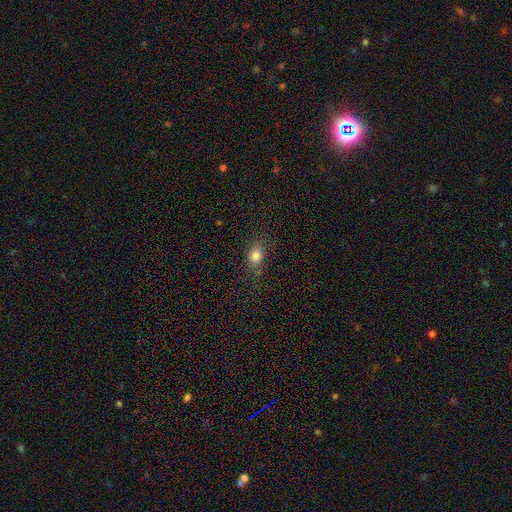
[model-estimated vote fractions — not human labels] smooth-or-featured: smooth: 80% | star or artifact: 12% | featured or disk: 8%
  how-rounded: in between: 58% | round: 39% | cigar-shaped: 2%
  merging: none: 74% | minor disturbance: 17% | major disturbance: 7% | merger: 2%